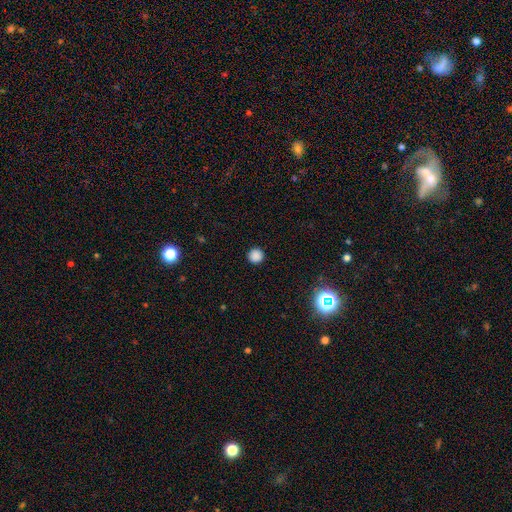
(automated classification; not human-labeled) Smooth or featured: smooth — 85% (star or artifact — 12%)
How rounded: round — 96% (in between — 3%)
Merging: none — 93% (minor disturbance — 5%)